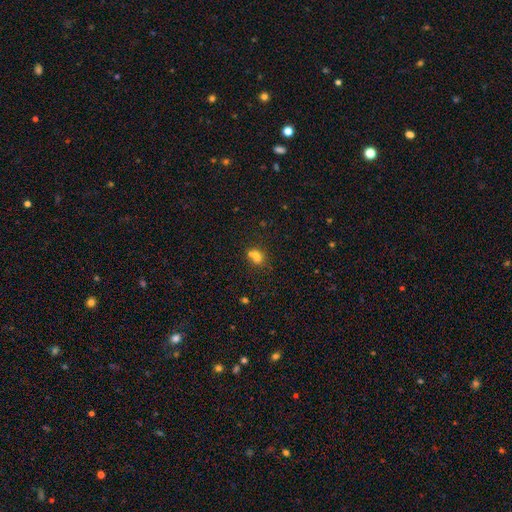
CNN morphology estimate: smooth_or_featured: smooth (p=0.70) [alt: star or artifact p=0.18]
how_rounded: round (p=0.51) [alt: in between p=0.47]
merging: none (p=0.41) [alt: merger p=0.38]